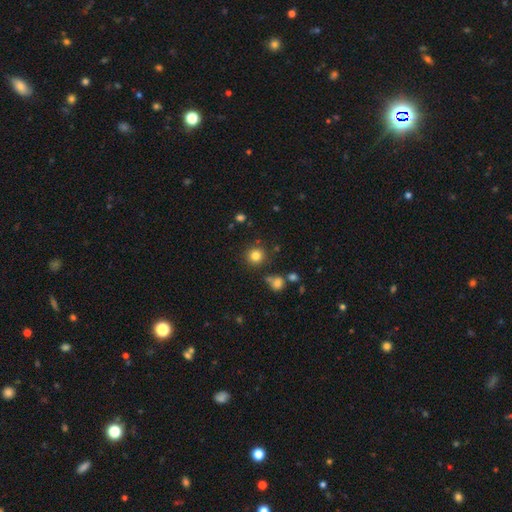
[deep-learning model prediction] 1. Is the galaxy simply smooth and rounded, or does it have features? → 82% smooth, 12% star or artifact, 6% featured or disk.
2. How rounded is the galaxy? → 93% round, 6% in between, 1% cigar-shaped.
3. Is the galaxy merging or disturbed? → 84% none, 8% minor disturbance, 5% merger, 3% major disturbance.